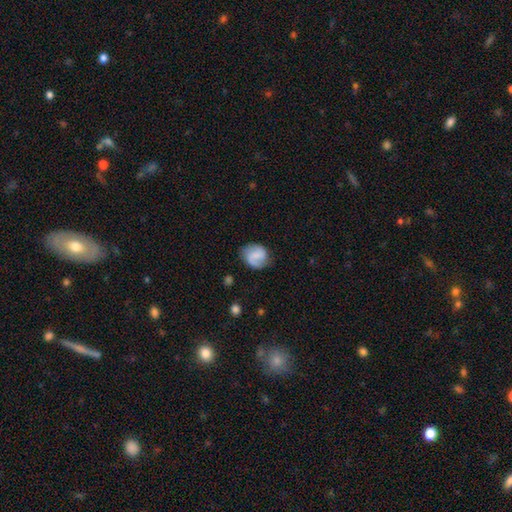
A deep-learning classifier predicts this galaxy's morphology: Overall: smooth (48%; featured or disk 45%). Merging: none (73%).